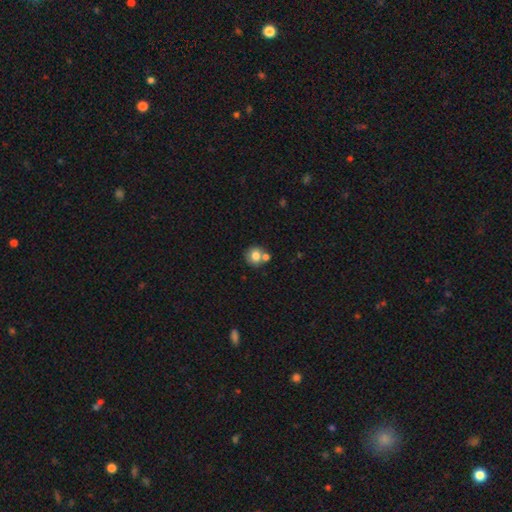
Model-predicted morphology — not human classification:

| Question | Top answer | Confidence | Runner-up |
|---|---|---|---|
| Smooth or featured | smooth | 77% | featured or disk (13%) |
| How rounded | round | 86% | in between (13%) |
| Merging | none | 56% | merger (31%) |